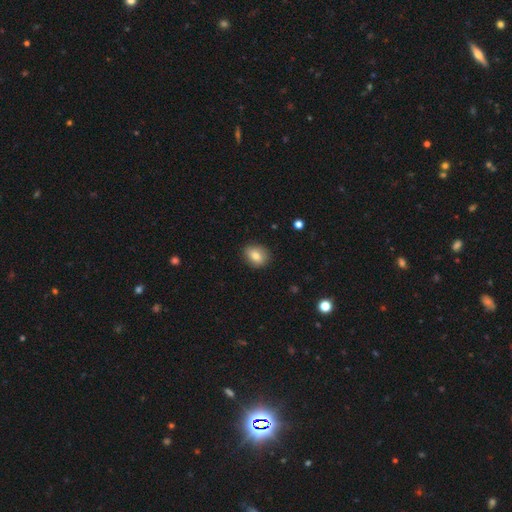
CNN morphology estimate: smooth-or-featured: smooth: 80% | featured or disk: 11% | star or artifact: 9%
  how-rounded: round: 50% | in between: 49% | cigar-shaped: 1%
  merging: none: 86% | minor disturbance: 11% | major disturbance: 2% | merger: 1%